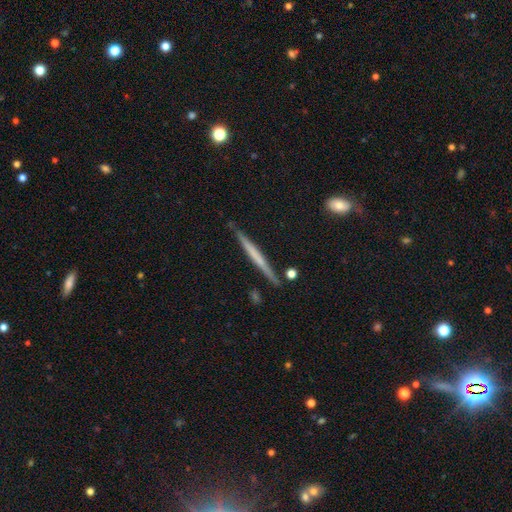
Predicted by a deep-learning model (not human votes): Morphology: type=featured or disk (55%); edge-on=yes (97%); edge-on bulge=none (83%); merging=none (87%).